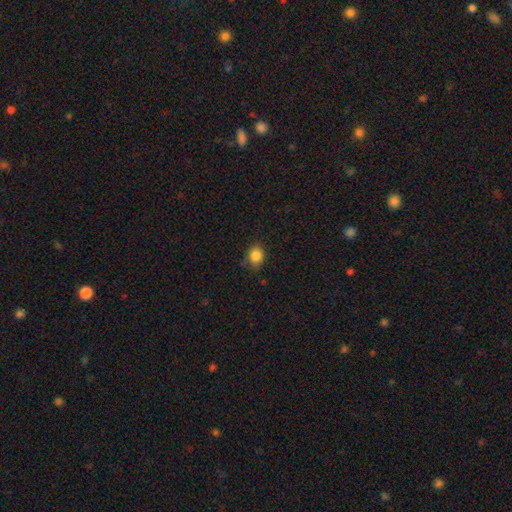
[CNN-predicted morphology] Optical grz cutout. It shows a smooth galaxy with no disk features (85%) that is in between round and cigar-shaped (52%). Merging: none (76%).